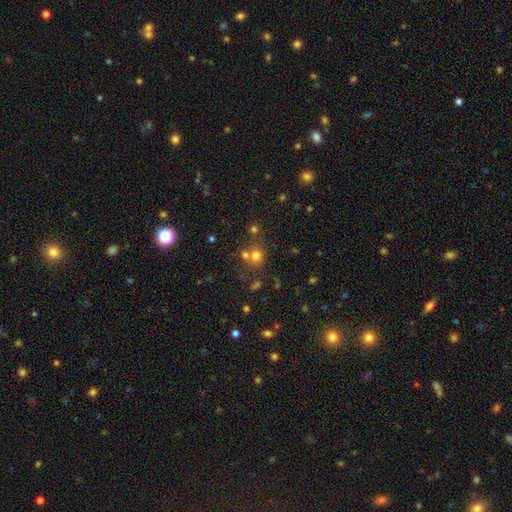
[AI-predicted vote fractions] smooth_or_featured: smooth (p=0.69) [alt: star or artifact p=0.20]
how_rounded: round (p=0.84) [alt: in between p=0.15]
merging: none (p=0.55) [alt: merger p=0.32]